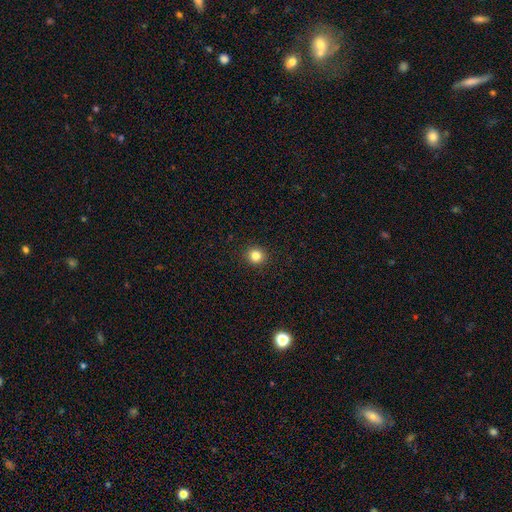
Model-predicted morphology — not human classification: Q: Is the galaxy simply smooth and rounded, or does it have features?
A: smooth — 83%.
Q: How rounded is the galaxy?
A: round — 92%.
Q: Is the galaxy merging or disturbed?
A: none — 93%.